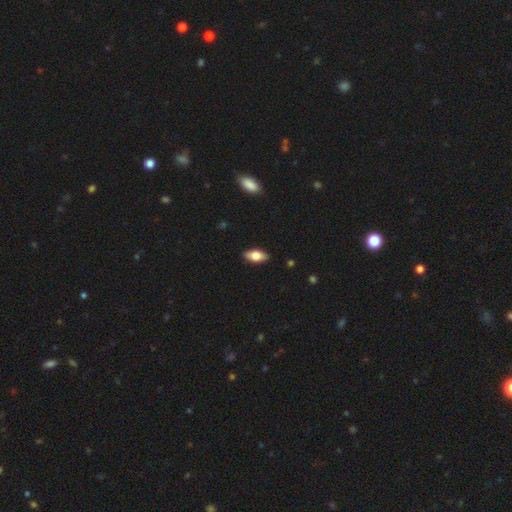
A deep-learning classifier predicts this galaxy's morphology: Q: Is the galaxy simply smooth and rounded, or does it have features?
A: smooth — 70%.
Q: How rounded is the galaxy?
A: in between — 86%.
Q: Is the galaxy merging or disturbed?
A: none — 88%.